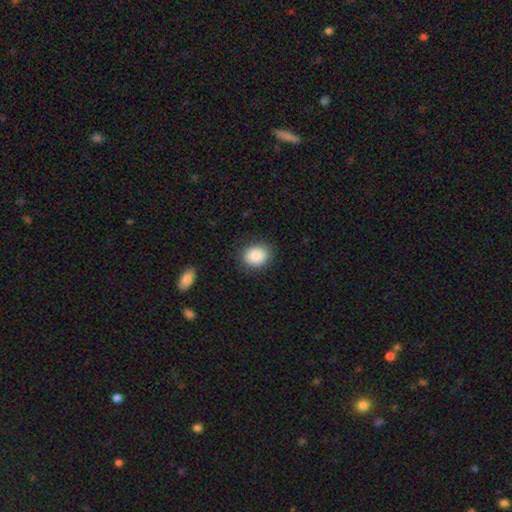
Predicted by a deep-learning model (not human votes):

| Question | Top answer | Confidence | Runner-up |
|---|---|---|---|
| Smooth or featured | smooth | 88% | star or artifact (8%) |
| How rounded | round | 61% | in between (38%) |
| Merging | none | 87% | minor disturbance (9%) |